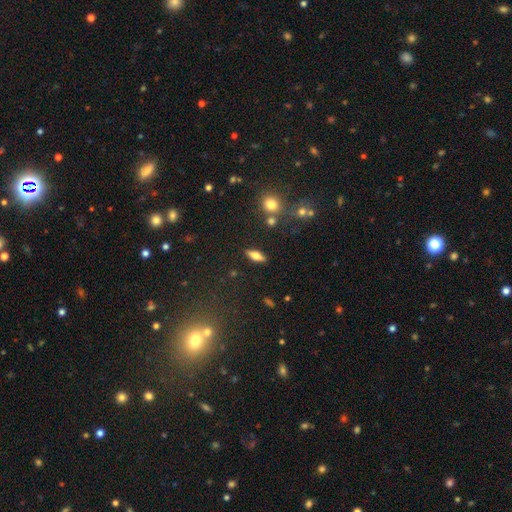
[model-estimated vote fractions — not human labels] Smooth or featured? Predicted: smooth (p=0.57). How rounded? Predicted: in between (p=0.65). Merging? Predicted: none (p=0.86).